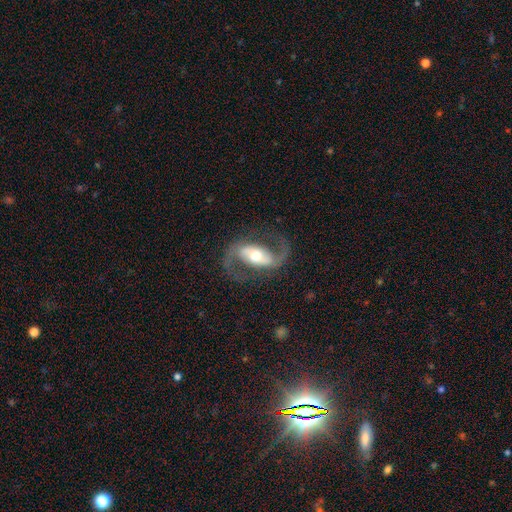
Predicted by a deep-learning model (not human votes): Morphology: type=featured or disk (89%); edge-on=no (97%); bar=strong (45%); spiral arms=yes (96%); winding=medium (49%); arm count=2 (94%); bulge=moderate (65%); merging=none (80%).